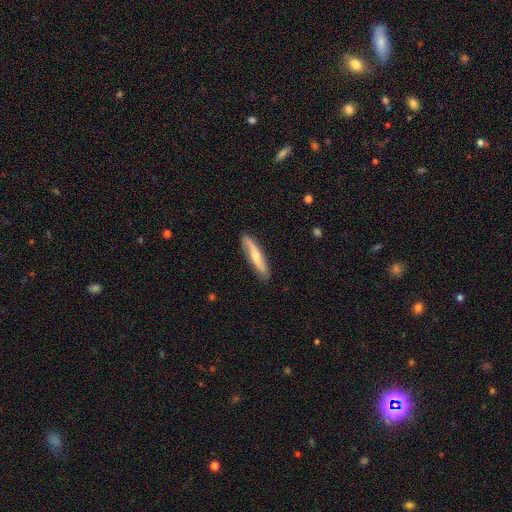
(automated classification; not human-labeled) Smooth or featured? Predicted: smooth (p=0.51). How rounded? Predicted: cigar-shaped (p=0.85). Merging? Predicted: none (p=0.84).